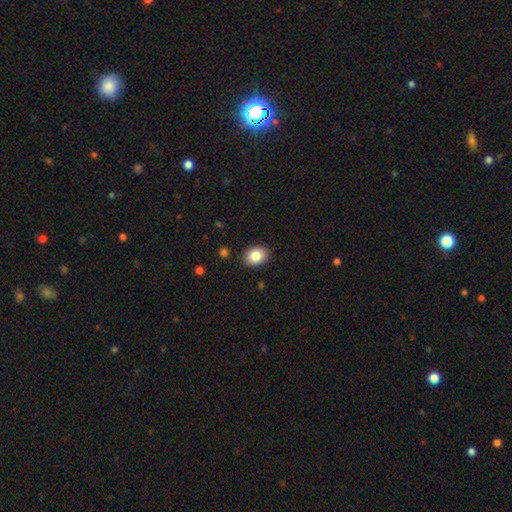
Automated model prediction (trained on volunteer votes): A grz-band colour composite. It shows a smooth galaxy with no disk features (84%) that is in between round and cigar-shaped (61%). Merging: none (89%).